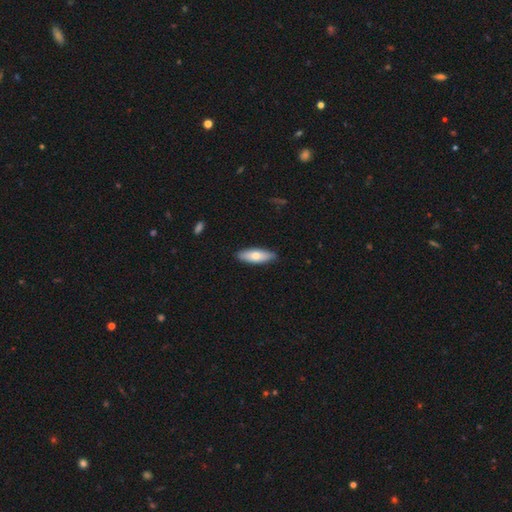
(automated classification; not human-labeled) Smooth or featured? smooth (70%)
How rounded? in between (62%)
Merging? none (86%)